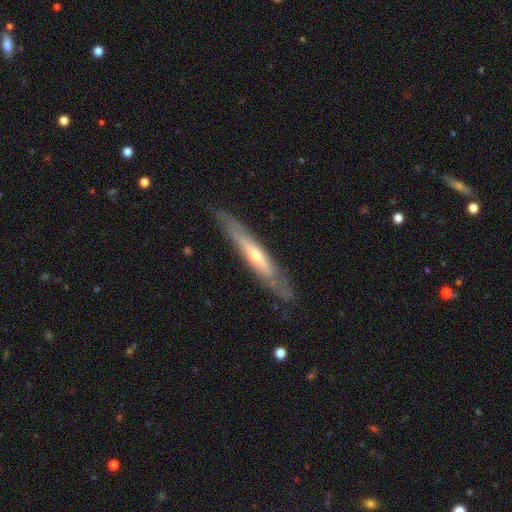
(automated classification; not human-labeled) A featured or disk galaxy (67%) viewed edge-on (74%). Merging: none (82%).